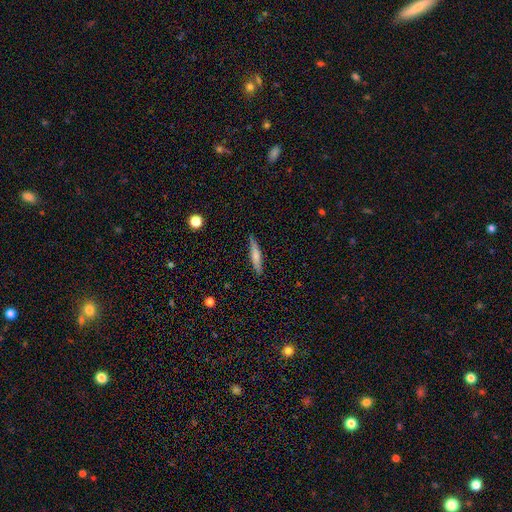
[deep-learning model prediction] Morphology: type=smooth (64%); roundness=cigar-shaped (89%); merging=none (86%).